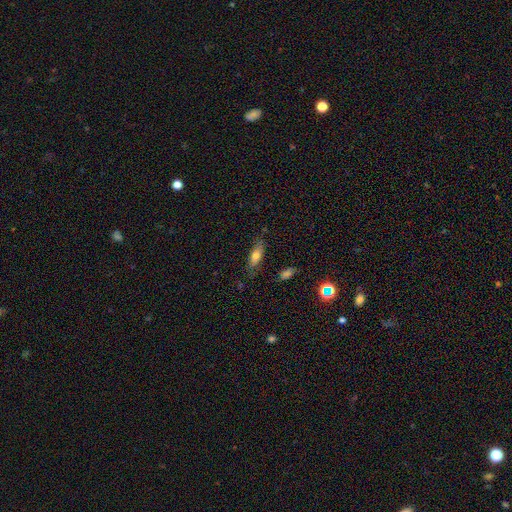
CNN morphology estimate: type=smooth (70%); roundness=in between (63%); merging=none (72%).